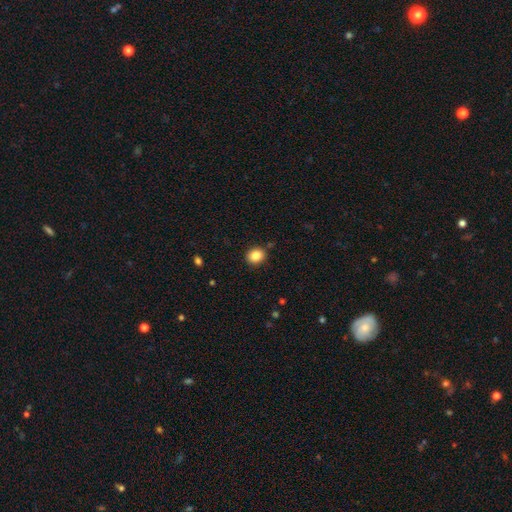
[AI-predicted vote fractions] Smooth or featured? Predicted: smooth (p=0.86). How rounded? Predicted: round (p=0.73). Merging? Predicted: none (p=0.87).